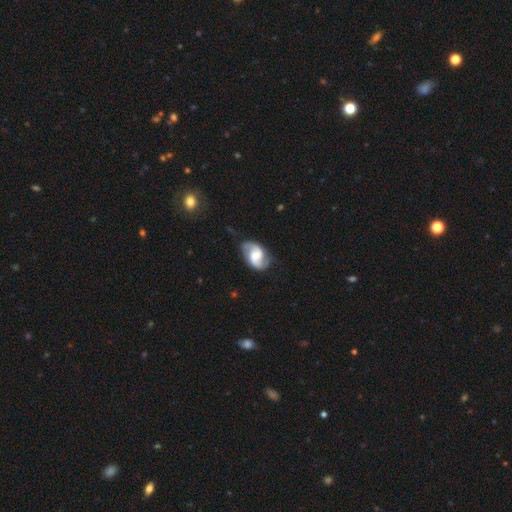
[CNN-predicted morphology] Smooth or featured?
  - featured or disk: 82% *
  - smooth: 13%
  - star or artifact: 5%
Edge-on disk?
  - no: 98% *
  - yes: 2%
Bar?
  - weak: 47% *
  - no: 37%
  - strong: 16%
Spiral arms?
  - yes: 95% *
  - no: 5%
Spiral winding?
  - medium: 48% *
  - loose: 35%
  - tight: 17%
Spiral arm count?
  - 2: 92% *
  - can't tell: 3%
  - 1: 2%
  - 3: 1%
  - 4: 1%
  - more than 4: 1%
Bulge size?
  - moderate: 39% *
  - large: 23%
  - small: 20%
  - none: 15%
  - dominant: 3%
Merging?
  - none: 76% *
  - minor disturbance: 17%
  - major disturbance: 6%
  - merger: 2%